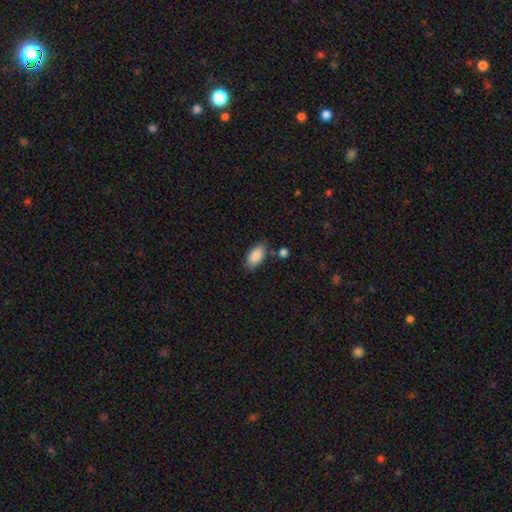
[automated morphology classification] type=smooth (87%); roundness=in between (92%); merging=none (78%).